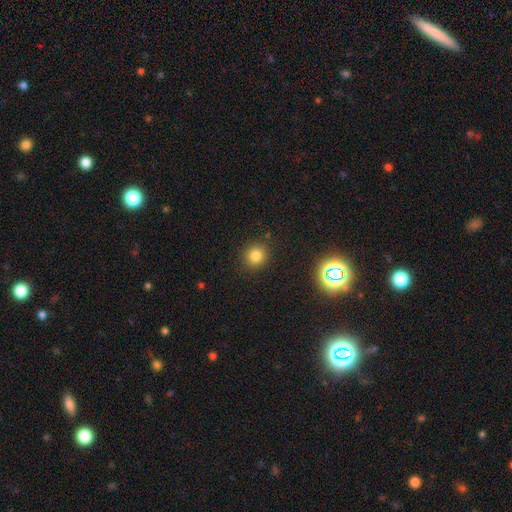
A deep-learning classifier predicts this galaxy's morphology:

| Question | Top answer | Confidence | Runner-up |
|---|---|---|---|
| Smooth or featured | smooth | 80% | star or artifact (14%) |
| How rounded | round | 88% | in between (11%) |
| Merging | none | 88% | minor disturbance (7%) |